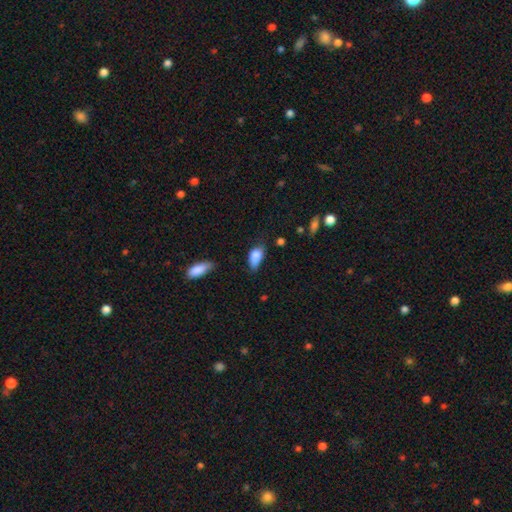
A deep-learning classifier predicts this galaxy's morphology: smooth-or-featured: smooth: 83% | featured or disk: 10% | star or artifact: 8%
  how-rounded: in between: 87% | round: 7% | cigar-shaped: 6%
  merging: none: 42% (tied) | minor disturbance: 42% (tied) | major disturbance: 13% | merger: 3%